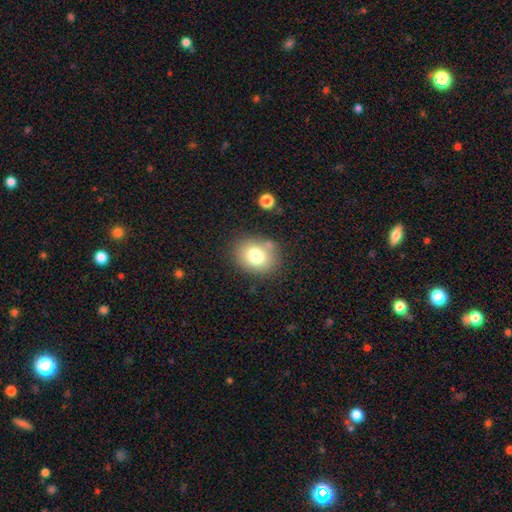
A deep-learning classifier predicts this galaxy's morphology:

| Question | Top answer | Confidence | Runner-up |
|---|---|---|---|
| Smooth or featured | smooth | 77% | featured or disk (12%) |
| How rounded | round | 52% | in between (47%) |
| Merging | none | 76% | minor disturbance (14%) |